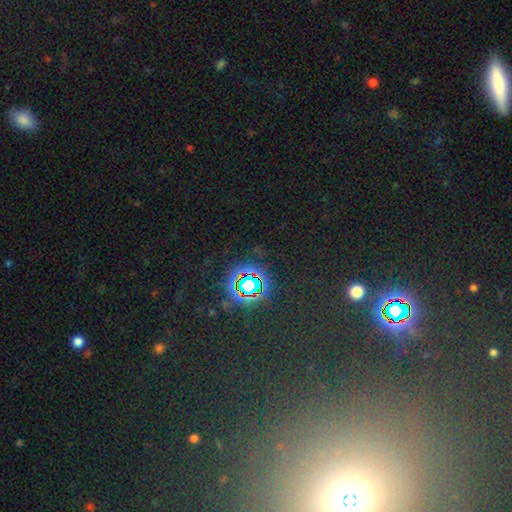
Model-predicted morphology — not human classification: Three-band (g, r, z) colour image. It shows a star or artifact, not a galaxy (75%).